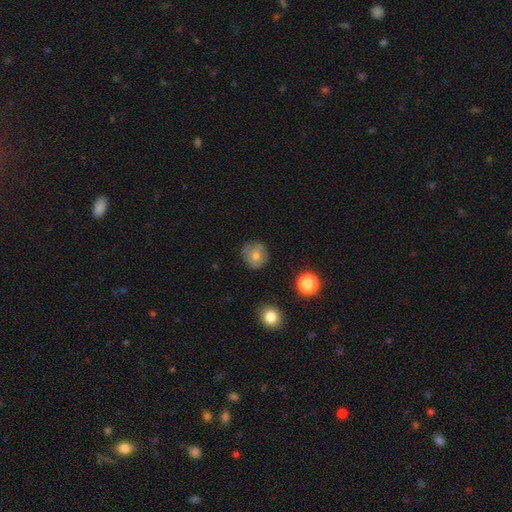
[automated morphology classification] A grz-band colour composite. It shows a smooth galaxy with no disk features (68%) that is round (88%). Merging: none (78%).